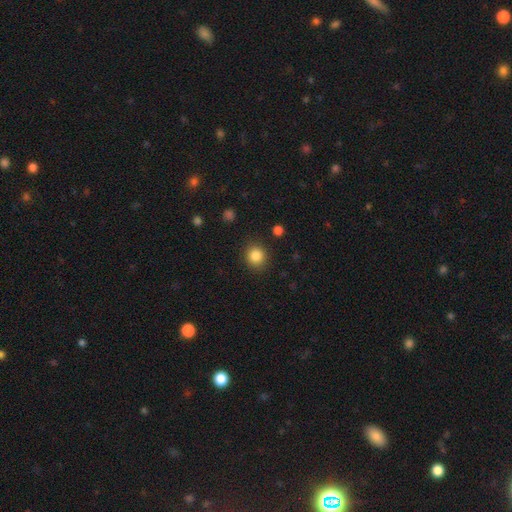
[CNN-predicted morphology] A smooth galaxy with no disk features (85%) that is round (88%). Merging: none (89%).